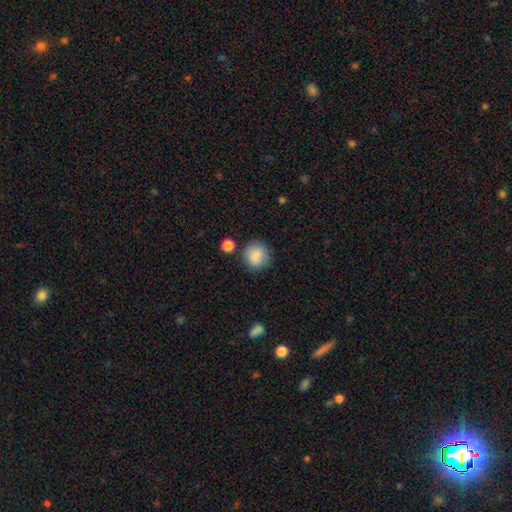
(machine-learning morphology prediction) Smooth or featured? smooth (87%)
How rounded? round (87%)
Merging? none (80%)